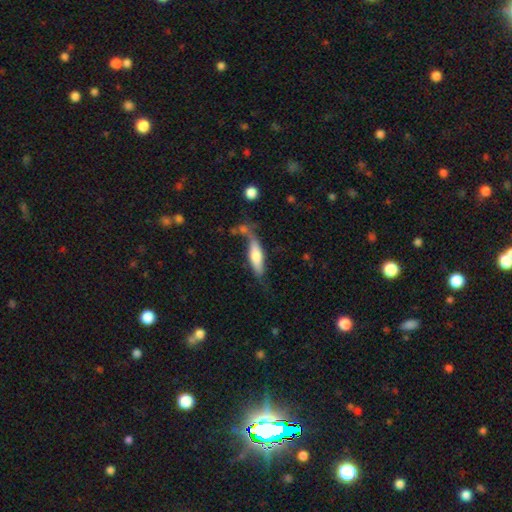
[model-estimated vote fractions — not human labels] A smooth galaxy with no disk features (59%) that is cigar-shaped (57%). Merging: none (42%).